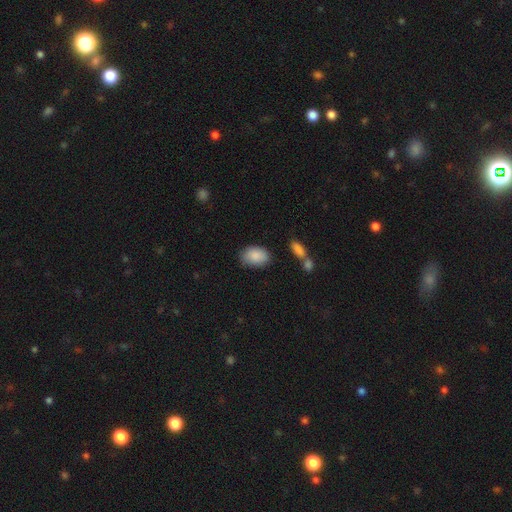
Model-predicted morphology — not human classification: Smooth or featured? Predicted: smooth (p=0.89). How rounded? Predicted: in between (p=0.87). Merging? Predicted: none (p=0.71).